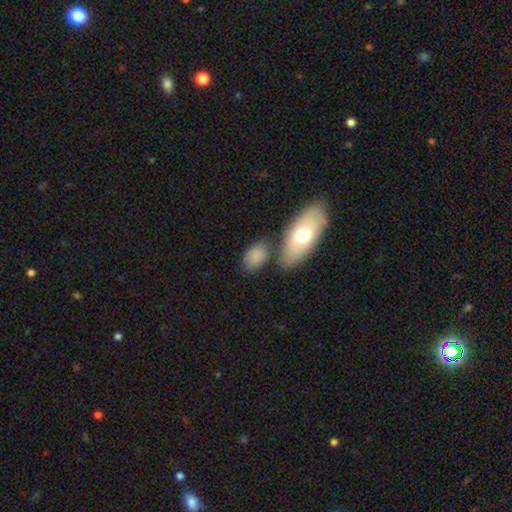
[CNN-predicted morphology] A smooth galaxy with no disk features (82%) that is in between round and cigar-shaped (87%). Merging: none (62%).